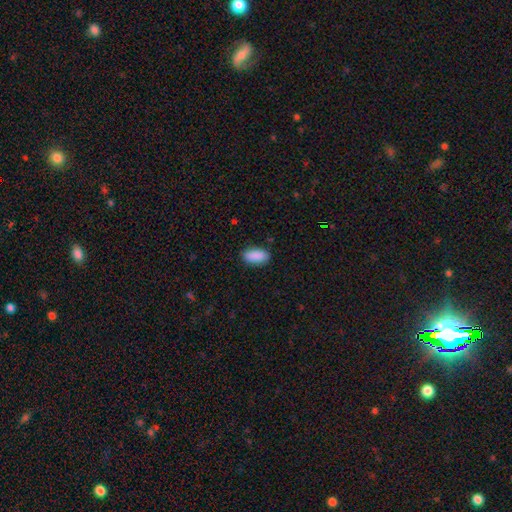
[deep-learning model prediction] Morphology: type=smooth (90%); roundness=in between (92%); merging=none (87%).